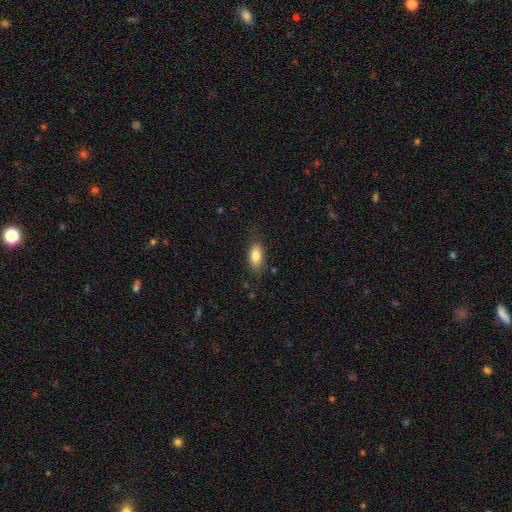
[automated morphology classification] smooth_or_featured: smooth (p=0.81) [alt: featured or disk p=0.11]
how_rounded: in between (p=0.89) [alt: cigar-shaped p=0.07]
merging: none (p=0.78) [alt: minor disturbance p=0.16]